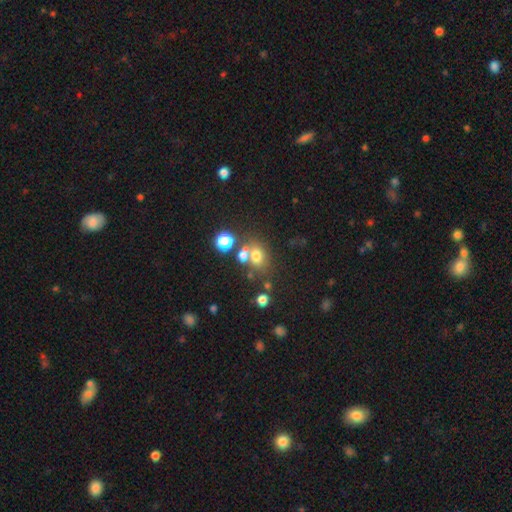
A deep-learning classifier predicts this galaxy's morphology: This appears to be a smooth galaxy with no disk features (67%) that is in between round and cigar-shaped (54%). Merging: none (48%).